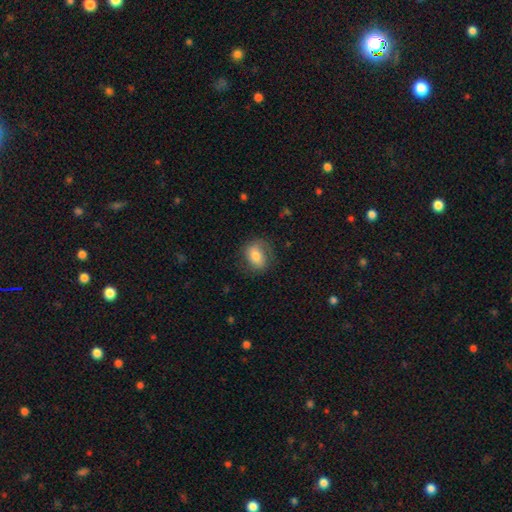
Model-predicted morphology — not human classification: This appears to be a smooth galaxy with no disk features (67%) that is in between round and cigar-shaped (66%). Merging: none (67%).